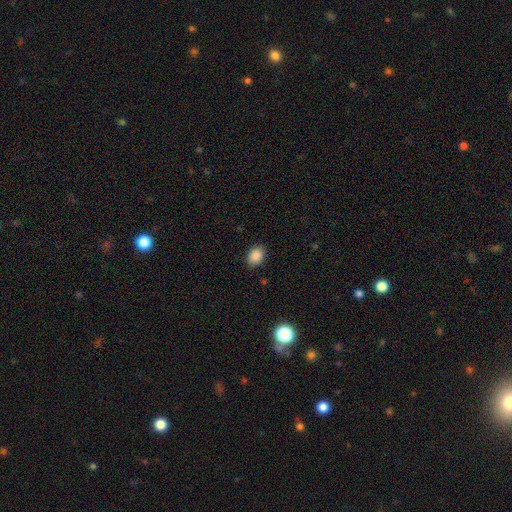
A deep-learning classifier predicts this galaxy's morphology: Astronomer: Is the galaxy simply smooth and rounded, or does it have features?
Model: smooth — 88%.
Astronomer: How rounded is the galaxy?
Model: in between — 72%.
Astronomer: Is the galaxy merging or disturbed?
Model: none — 87%.